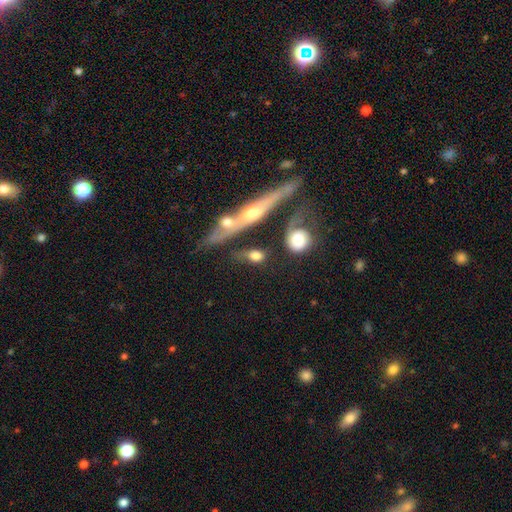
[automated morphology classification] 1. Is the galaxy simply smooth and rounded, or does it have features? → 63% smooth, 27% featured or disk, 9% star or artifact.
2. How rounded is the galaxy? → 52% in between, 34% round, 14% cigar-shaped.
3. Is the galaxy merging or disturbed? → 44% none, 23% merger, 19% minor disturbance, 14% major disturbance.